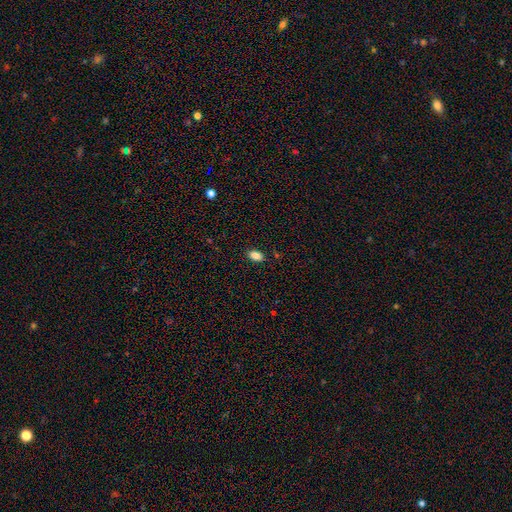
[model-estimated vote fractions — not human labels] smooth_or_featured: smooth (p=0.86) [alt: star or artifact p=0.10]
how_rounded: in between (p=0.90) [alt: round p=0.08]
merging: none (p=0.86) [alt: minor disturbance p=0.10]